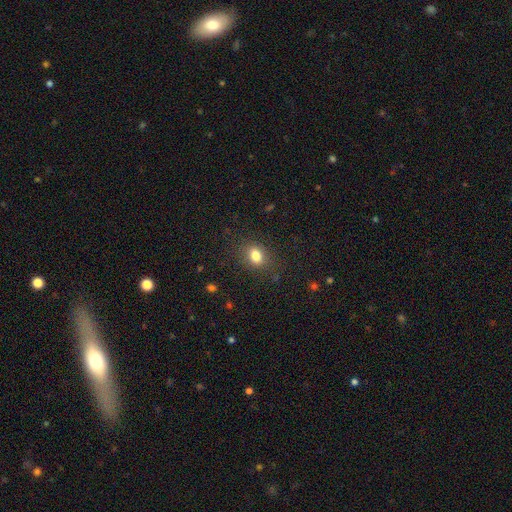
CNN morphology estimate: This appears to be a smooth galaxy with no disk features (81%) that is in between round and cigar-shaped (65%). Merging: none (82%).